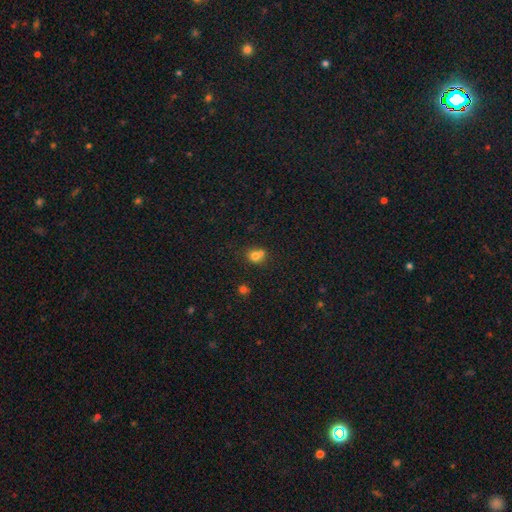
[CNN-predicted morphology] This is likely a smooth galaxy (75%). How rounded: likely round (68%). Merging: possibly merger (50%).